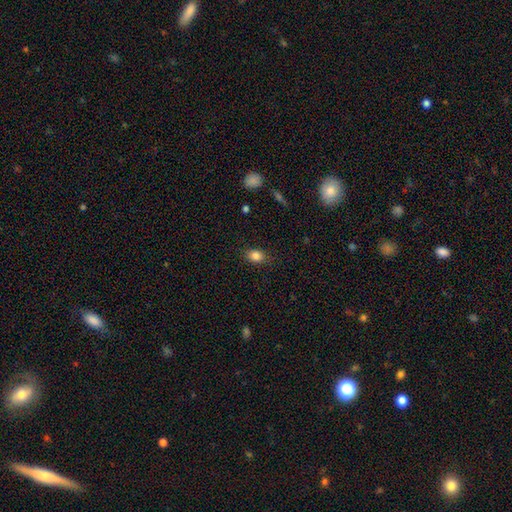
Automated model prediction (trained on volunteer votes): The model was most divided on "how rounded": in between: 70%, round: 28%, cigar-shaped: 2%. More confident: smooth or featured — smooth (84%); merging — none (83%).